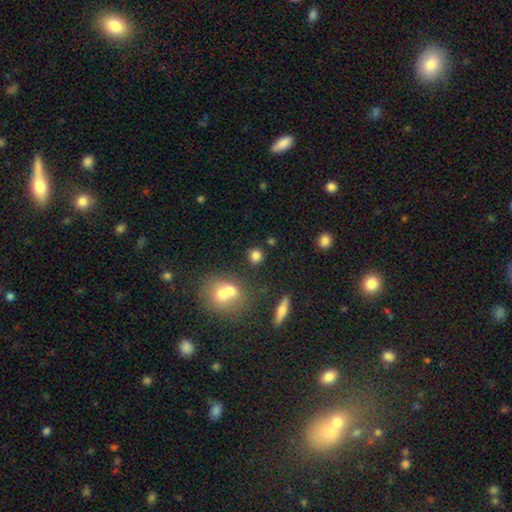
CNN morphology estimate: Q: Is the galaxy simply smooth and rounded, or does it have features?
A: smooth — 79%.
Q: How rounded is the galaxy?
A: round — 87%.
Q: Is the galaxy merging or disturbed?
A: none — 78%.